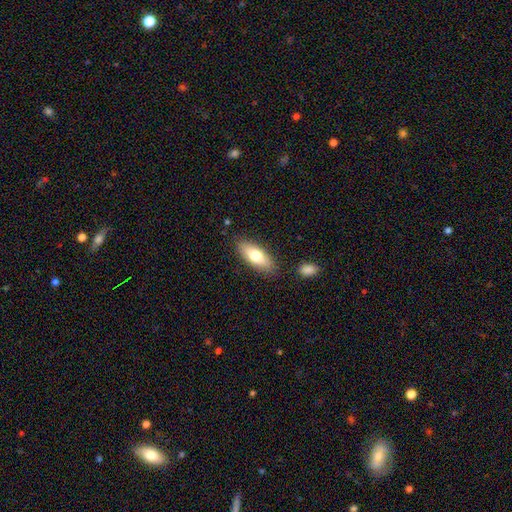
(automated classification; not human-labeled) This appears to be a smooth galaxy with no disk features (72%) that is in between round and cigar-shaped (73%). Merging: none (84%).